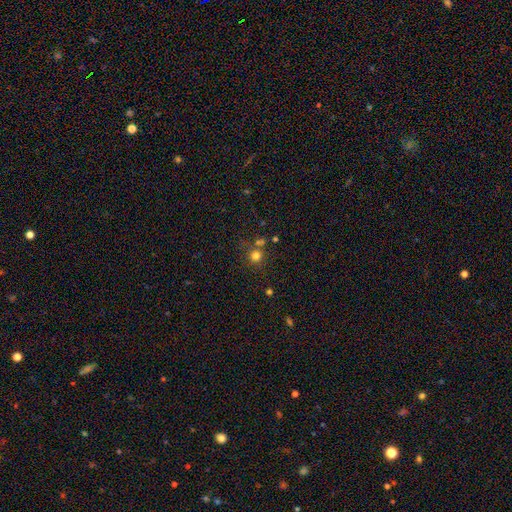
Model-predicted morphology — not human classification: A smooth galaxy with no disk features (74%) that is round (91%). Merging: none (69%).